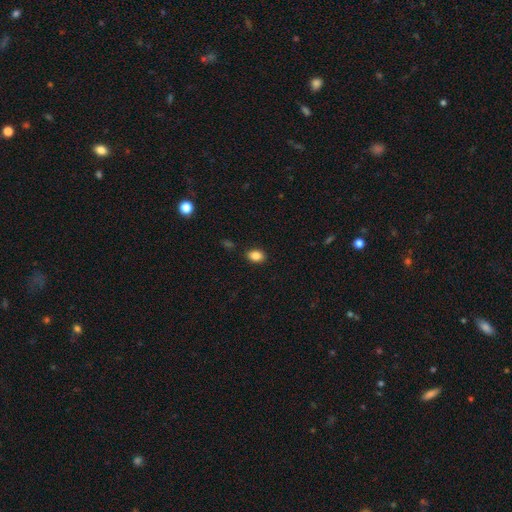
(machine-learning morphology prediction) The model was most divided on "how rounded": in between: 77%, round: 22%, cigar-shaped: 1%. More confident: merging — none (87%); smooth or featured — smooth (85%).